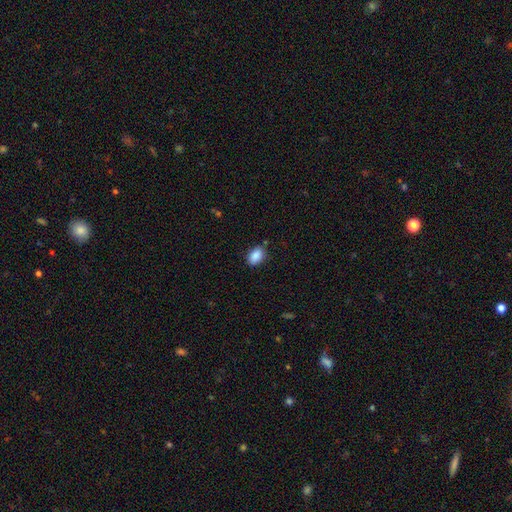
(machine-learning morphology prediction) smooth-or-featured: smooth: 89% | star or artifact: 8% | featured or disk: 4%
  how-rounded: in between: 88% | round: 10% | cigar-shaped: 2%
  merging: none: 82% | minor disturbance: 14% | major disturbance: 3% | merger: 2%